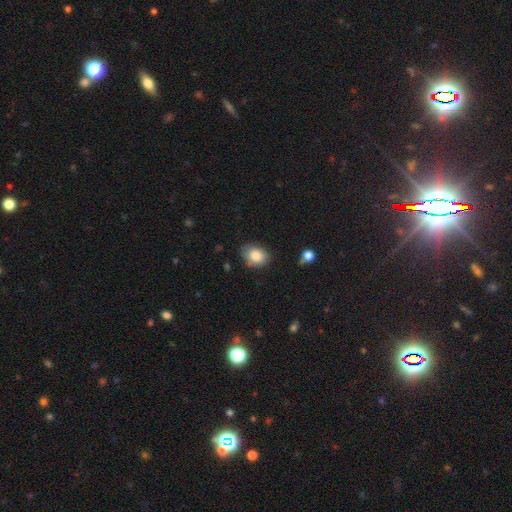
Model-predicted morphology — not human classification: Smooth or featured: smooth — 84% (star or artifact — 8%)
How rounded: in between — 71% (round — 28%)
Merging: none — 72% (minor disturbance — 21%)